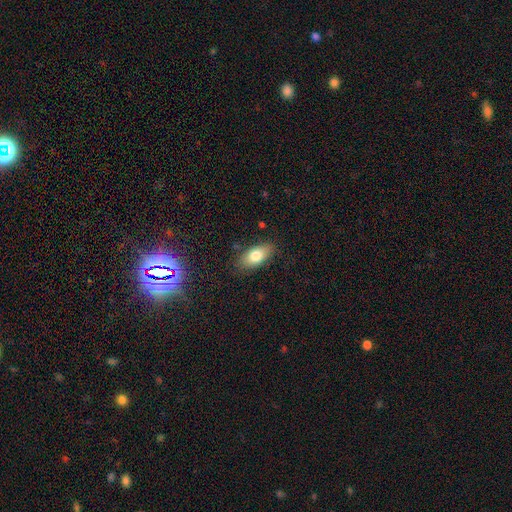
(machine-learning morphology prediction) Smooth or featured?
  - smooth: 79% *
  - featured or disk: 14%
  - star or artifact: 8%
How rounded?
  - in between: 89% *
  - cigar-shaped: 6%
  - round: 4%
Merging?
  - none: 81% *
  - minor disturbance: 14%
  - major disturbance: 3%
  - merger: 2%